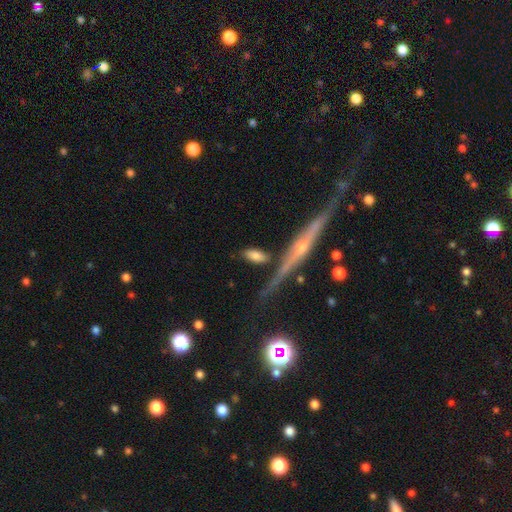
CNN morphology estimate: The model was most divided on "merging": none: 69%, minor disturbance: 16%, merger: 10%, major disturbance: 6%. More confident: how rounded — in between (79%); smooth or featured — smooth (73%).